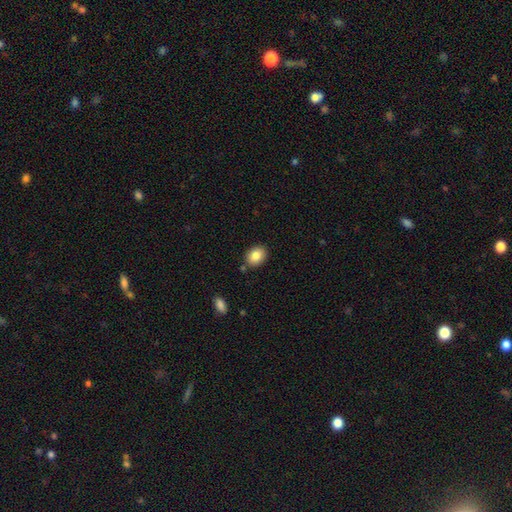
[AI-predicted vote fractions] Smooth or featured? smooth (85%)
How rounded? in between (67%)
Merging? none (84%)